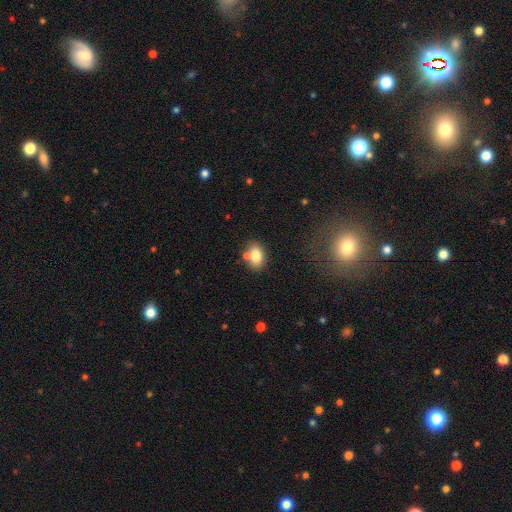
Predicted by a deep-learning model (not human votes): This is clearly a smooth galaxy (80%). How rounded: likely in between (78%). Merging: likely none (64%).